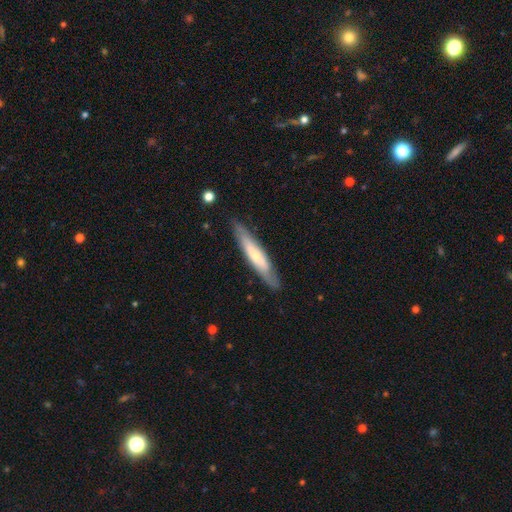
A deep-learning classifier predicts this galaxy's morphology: type=featured or disk (49%); merging=none (85%).